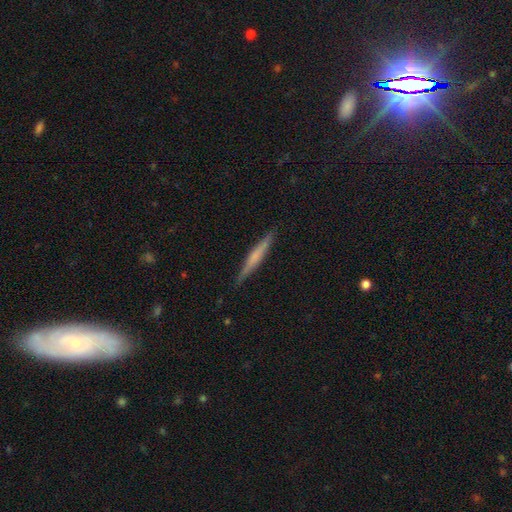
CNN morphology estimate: Overall: featured or disk (49%; smooth 44%). Merging: none (89%).